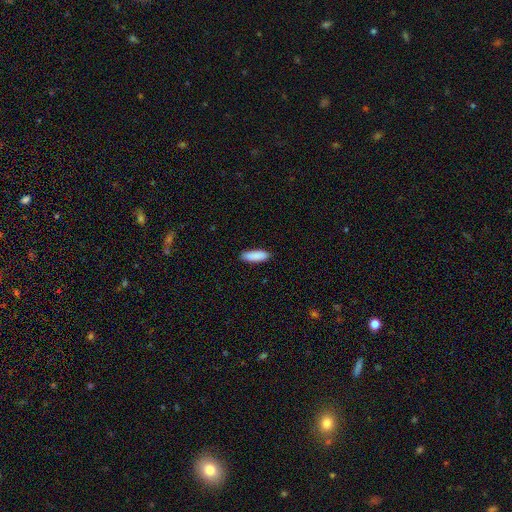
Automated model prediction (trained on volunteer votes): smooth-or-featured: smooth: 90% | star or artifact: 6% | featured or disk: 4%
  how-rounded: in between: 51% | cigar-shaped: 47% | round: 2%
  merging: none: 88% | minor disturbance: 9% | major disturbance: 2% | merger: 1%